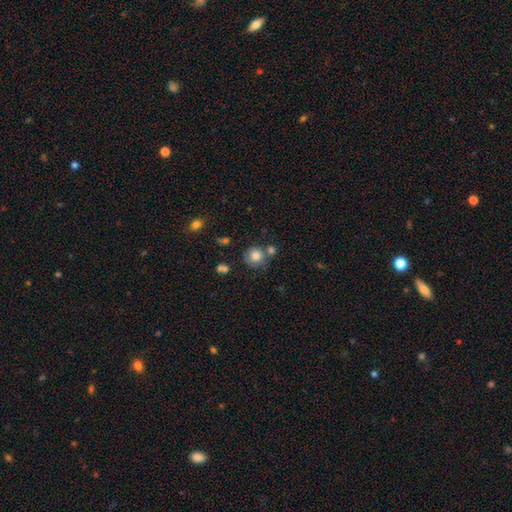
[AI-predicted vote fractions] Q: Smooth or featured?
A: smooth (80%); runner-up: star or artifact (10%)
Q: How rounded?
A: round (89%); runner-up: in between (10%)
Q: Merging?
A: none (63%); runner-up: merger (19%)